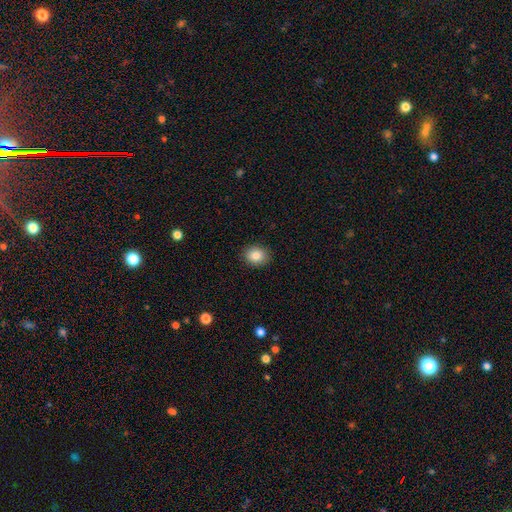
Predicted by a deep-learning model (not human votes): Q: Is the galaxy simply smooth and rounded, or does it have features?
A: smooth — 85%.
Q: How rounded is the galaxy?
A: round — 61%.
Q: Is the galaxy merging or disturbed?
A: none — 90%.